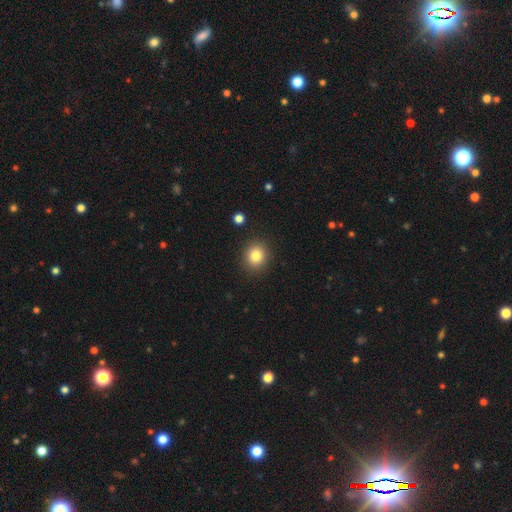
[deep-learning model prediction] Smooth or featured?
  - smooth: 83% *
  - star or artifact: 11%
  - featured or disk: 6%
How rounded?
  - round: 83% *
  - in between: 16%
  - cigar-shaped: 1%
Merging?
  - none: 90% *
  - minor disturbance: 7%
  - major disturbance: 2%
  - merger: 2%